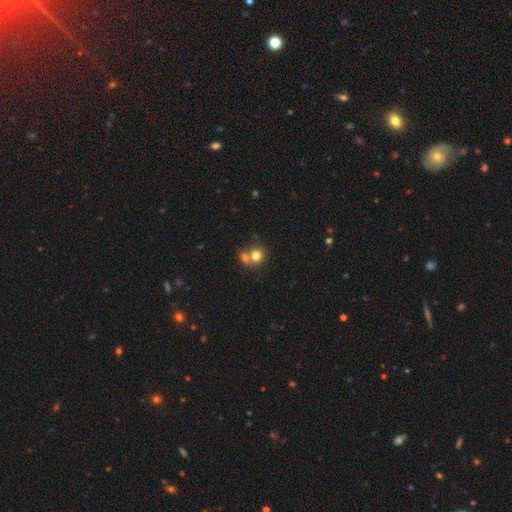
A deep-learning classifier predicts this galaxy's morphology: Smooth or featured?
  - smooth: 77% *
  - star or artifact: 12%
  - featured or disk: 12%
How rounded?
  - round: 85% *
  - in between: 14%
  - cigar-shaped: 1%
Merging?
  - merger: 48% *
  - none: 44%
  - minor disturbance: 6%
  - major disturbance: 2%